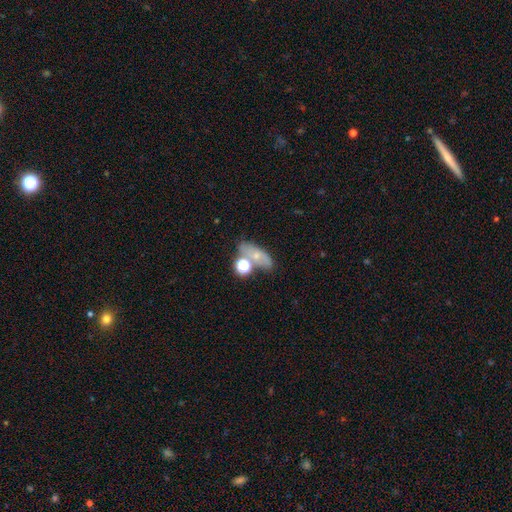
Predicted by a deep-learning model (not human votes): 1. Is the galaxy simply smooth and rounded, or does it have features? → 55% smooth, 29% featured or disk, 16% star or artifact.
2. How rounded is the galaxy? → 71% in between, 20% round, 9% cigar-shaped.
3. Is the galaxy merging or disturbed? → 48% none, 24% merger, 18% minor disturbance, 10% major disturbance.